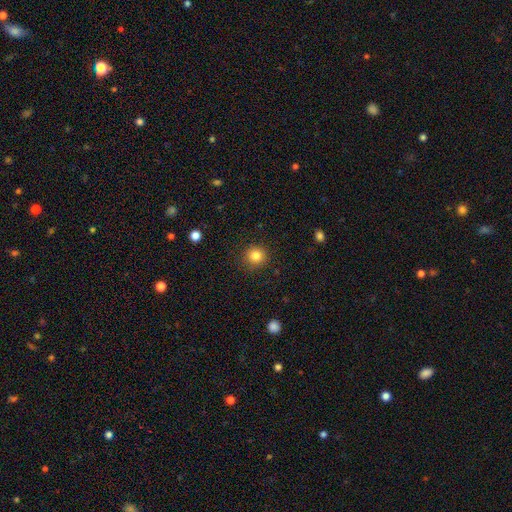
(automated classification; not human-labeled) Smooth or featured: smooth — 83% (star or artifact — 12%)
How rounded: round — 93% (in between — 6%)
Merging: none — 90% (minor disturbance — 7%)